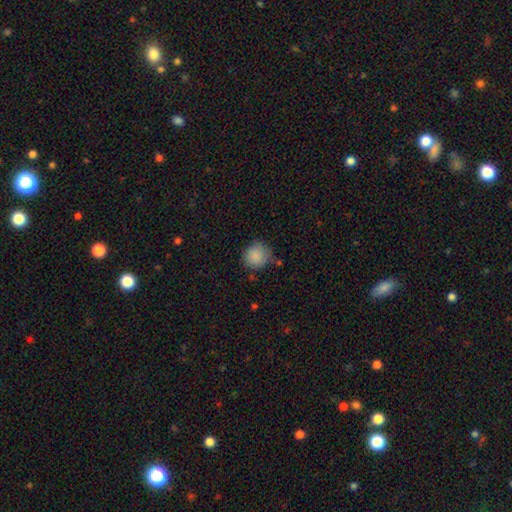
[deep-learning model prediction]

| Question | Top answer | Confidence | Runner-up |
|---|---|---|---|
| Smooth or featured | smooth | 87% | star or artifact (8%) |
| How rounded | round | 90% | in between (9%) |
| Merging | none | 74% | minor disturbance (19%) |